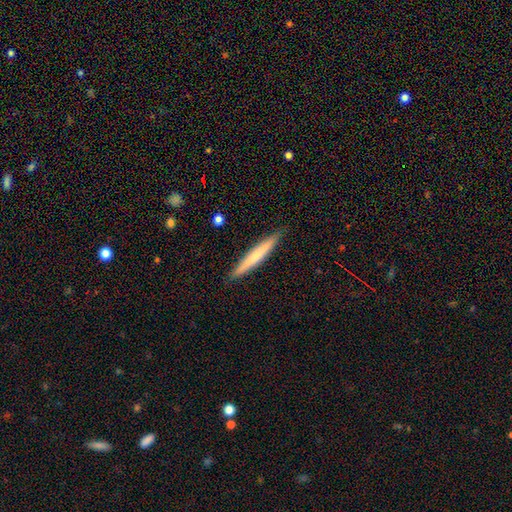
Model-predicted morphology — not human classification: Smooth or featured? smooth (62%)
How rounded? cigar-shaped (95%)
Merging? none (90%)